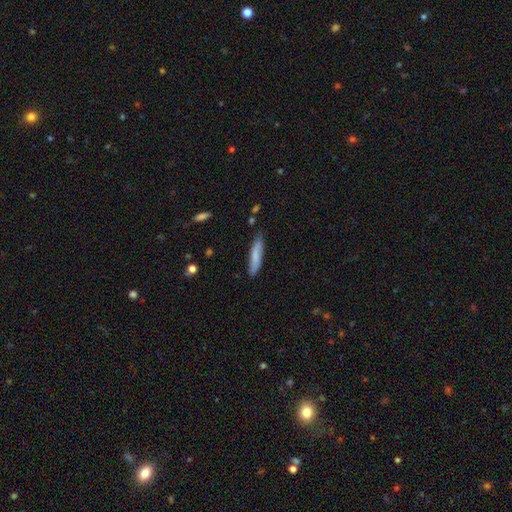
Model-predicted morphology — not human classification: Smooth or featured? Predicted: smooth (p=0.76). How rounded? Predicted: cigar-shaped (p=0.84). Merging? Predicted: none (p=0.80).